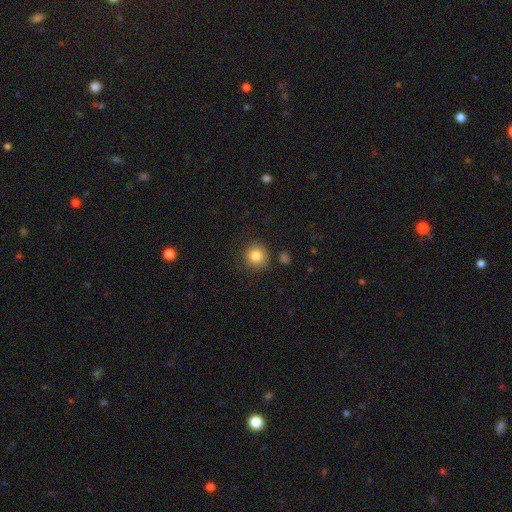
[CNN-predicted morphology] smooth_or_featured: smooth (p=0.84) [alt: star or artifact p=0.10]
how_rounded: round (p=0.92) [alt: in between p=0.07]
merging: none (p=0.86) [alt: minor disturbance p=0.09]